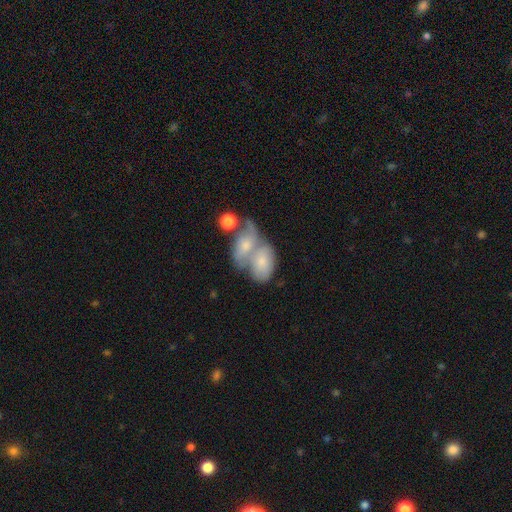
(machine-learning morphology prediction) Smooth or featured?
  - featured or disk: 50% *
  - smooth: 37%
  - star or artifact: 13%
Edge-on disk?
  - no: 93% *
  - yes: 7%
Merging?
  - merger: 65% *
  - none: 20%
  - minor disturbance: 8%
  - major disturbance: 7%